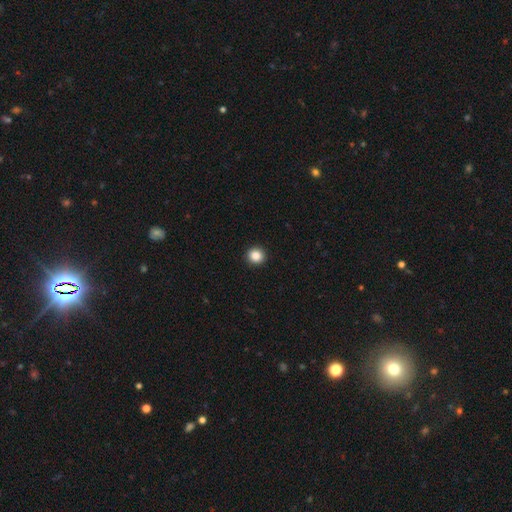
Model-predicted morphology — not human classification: Smooth or featured: smooth — 86% (star or artifact — 10%)
How rounded: round — 93% (in between — 6%)
Merging: none — 94% (minor disturbance — 4%)